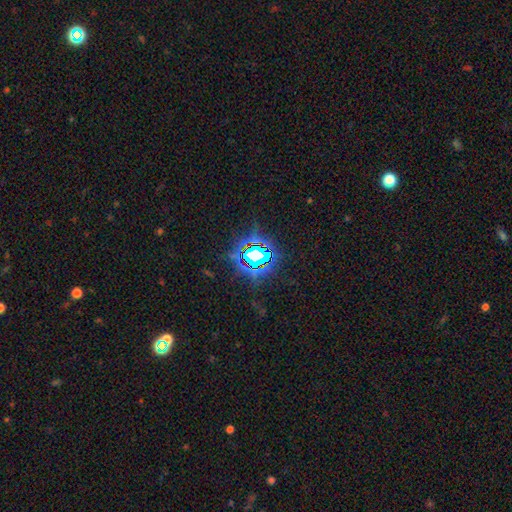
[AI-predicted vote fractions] This appears to be a star or artifact, not a galaxy (77%).